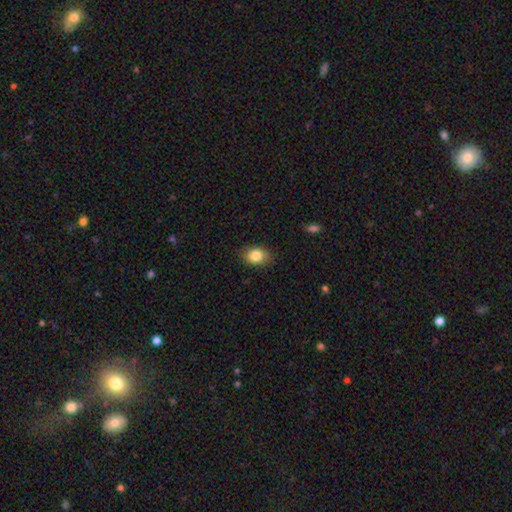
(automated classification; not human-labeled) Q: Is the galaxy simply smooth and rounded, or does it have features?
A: smooth — 85%.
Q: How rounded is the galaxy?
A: in between — 70%.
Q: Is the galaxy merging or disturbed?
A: none — 86%.